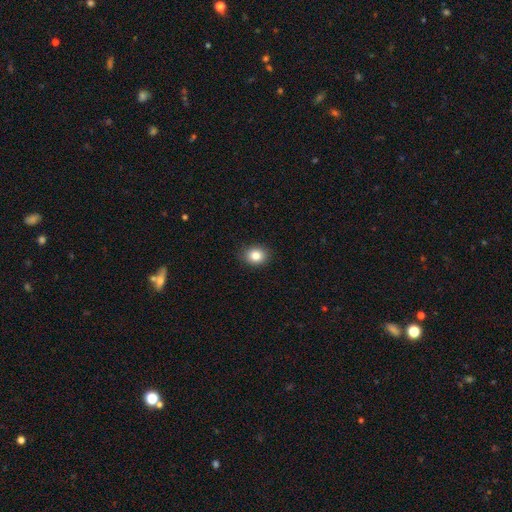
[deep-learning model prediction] Overall: smooth (84%). How rounded: round (57%; in between 42%). Merging: none (88%).